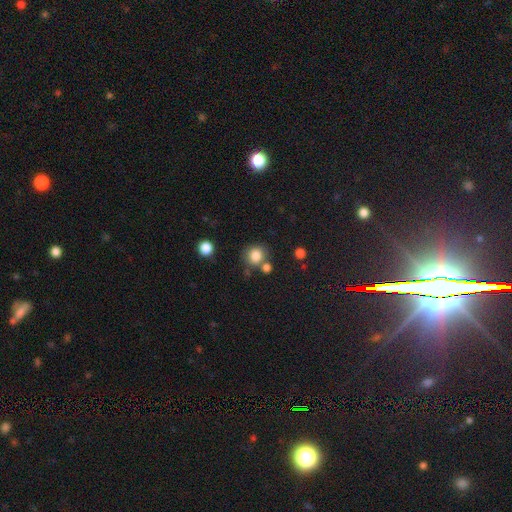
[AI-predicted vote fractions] This is clearly a smooth galaxy (82%). How rounded: clearly round (84%). Merging: likely none (66%).